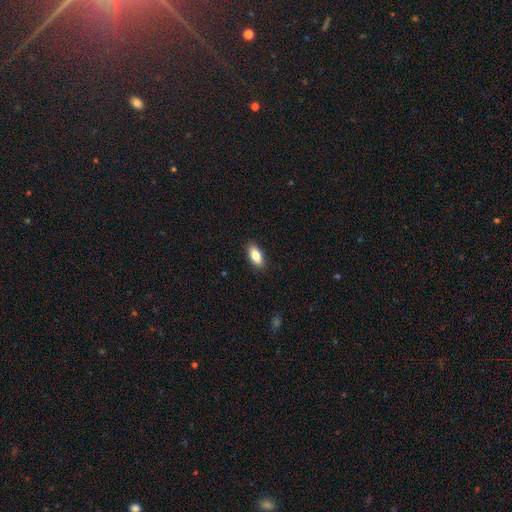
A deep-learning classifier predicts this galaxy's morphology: Q: Smooth or featured?
A: smooth (81%); runner-up: featured or disk (12%)
Q: How rounded?
A: in between (84%); runner-up: cigar-shaped (13%)
Q: Merging?
A: none (89%); runner-up: minor disturbance (9%)